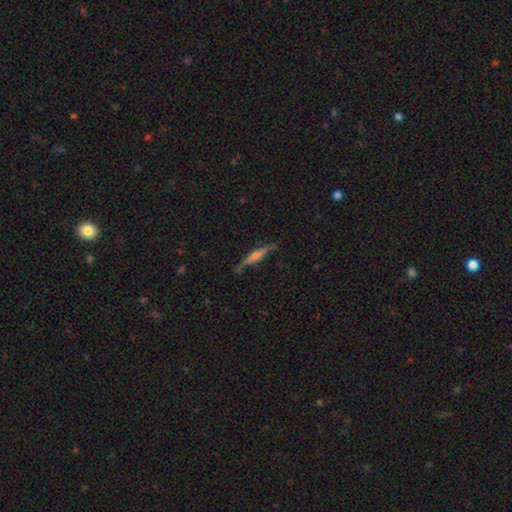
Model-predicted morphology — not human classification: The model was most divided on "edge-on bulge": rounded: 73%, boxy: 18%, none: 10%. More confident: edge-on disk — yes (97%); merging — none (80%); smooth or featured — featured or disk (75%).